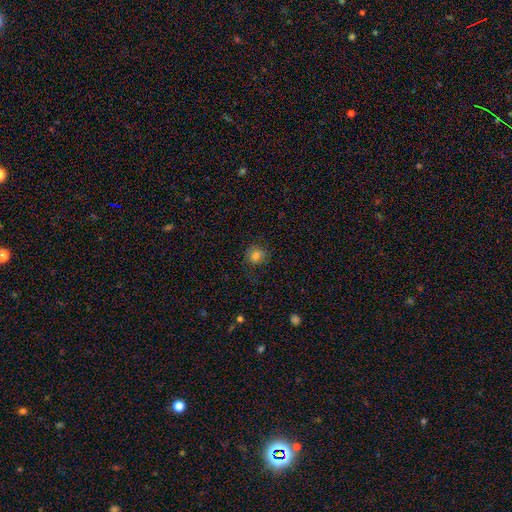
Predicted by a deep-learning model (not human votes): smooth 76%, star or artifact 13%, featured or disk 11%. Down the decision tree: how rounded — round (77%); merging — none (78%).